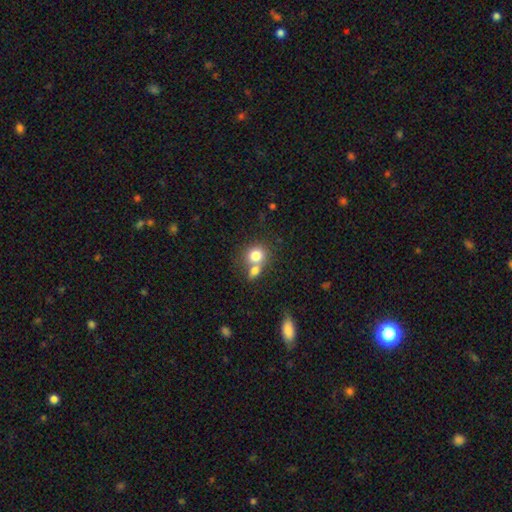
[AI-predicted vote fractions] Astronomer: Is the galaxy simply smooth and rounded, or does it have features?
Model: smooth — 78%.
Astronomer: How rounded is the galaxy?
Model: round — 74%.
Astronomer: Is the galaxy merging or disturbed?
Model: merger — 50% (runner-up: none, 38%).